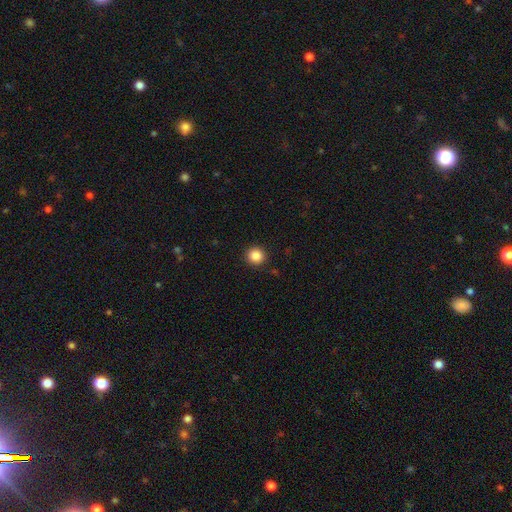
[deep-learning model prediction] A smooth galaxy with no disk features (86%) that is round (93%).

Vote fractions:
- Smooth or featured? smooth: 86% / star or artifact: 10% / featured or disk: 3%
- How rounded? round: 93% / in between: 6% / cigar-shaped: 1%
- Merging? none: 92% / minor disturbance: 5% / major disturbance: 2% / merger: 1%